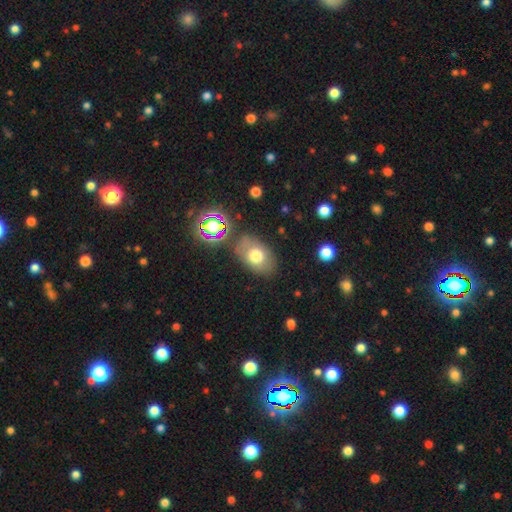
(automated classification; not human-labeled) Smooth or featured?
  - smooth: 68% *
  - featured or disk: 20%
  - star or artifact: 12%
How rounded?
  - in between: 80% *
  - round: 19%
  - cigar-shaped: 1%
Merging?
  - none: 73% *
  - minor disturbance: 16%
  - major disturbance: 6%
  - merger: 6%